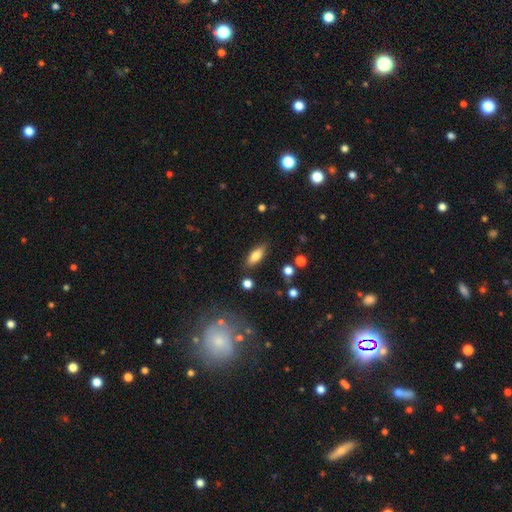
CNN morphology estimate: smooth-or-featured: smooth: 74% | featured or disk: 18% | star or artifact: 8%
  how-rounded: in between: 74% | cigar-shaped: 23% | round: 3%
  merging: none: 82% | minor disturbance: 12% | major disturbance: 3% | merger: 3%